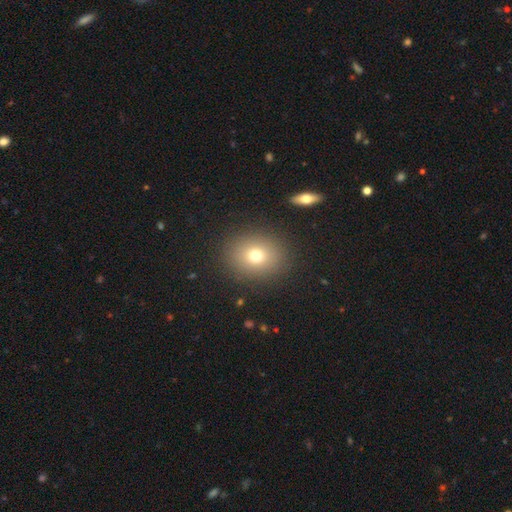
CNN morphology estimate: smooth_or_featured: smooth (p=0.74) [alt: star or artifact p=0.14]
how_rounded: round (p=0.61) [alt: in between p=0.38]
merging: none (p=0.88) [alt: minor disturbance p=0.07]